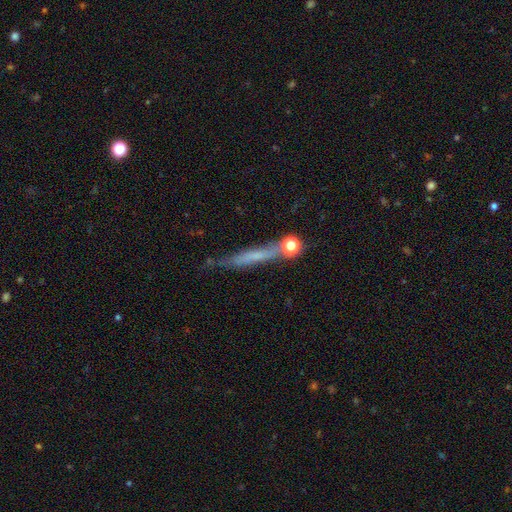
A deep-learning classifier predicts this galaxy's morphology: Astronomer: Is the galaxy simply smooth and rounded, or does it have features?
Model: featured or disk — 46% (runner-up: smooth, 41%).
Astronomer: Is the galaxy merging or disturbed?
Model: none — 64%.